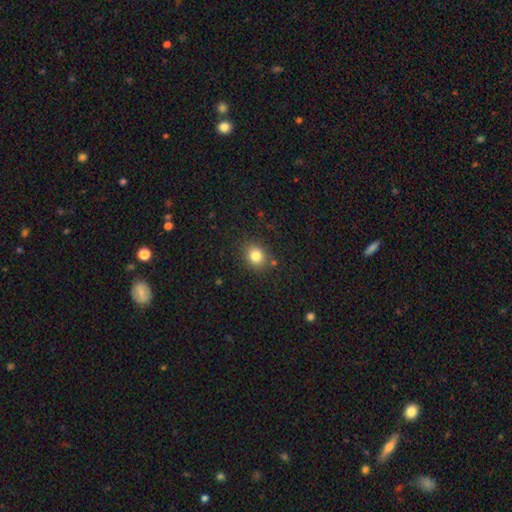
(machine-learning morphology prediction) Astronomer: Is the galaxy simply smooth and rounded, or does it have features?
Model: smooth — 83%.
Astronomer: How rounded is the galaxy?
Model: round — 67%.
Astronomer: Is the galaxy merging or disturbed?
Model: none — 83%.